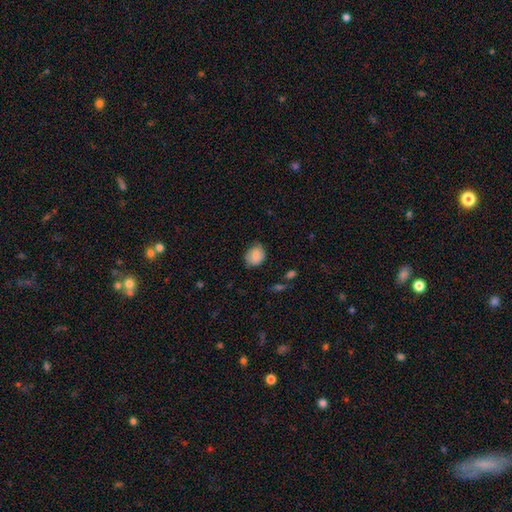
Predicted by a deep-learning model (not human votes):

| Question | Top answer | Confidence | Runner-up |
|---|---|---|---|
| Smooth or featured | smooth | 81% | featured or disk (11%) |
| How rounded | round | 61% | in between (38%) |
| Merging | none | 69% | minor disturbance (25%) |